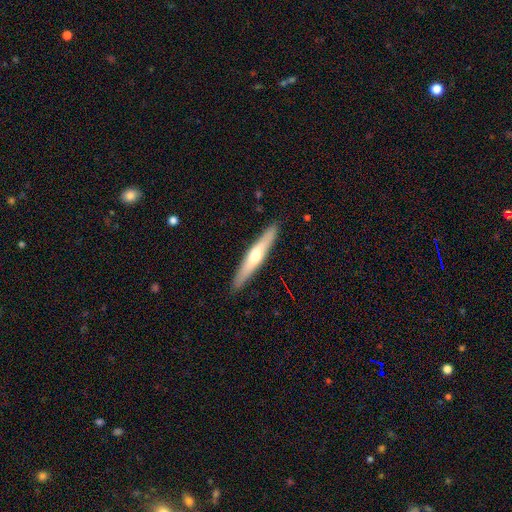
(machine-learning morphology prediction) A featured or disk galaxy (50%) viewed edge-on (93%). Merging: none (90%).